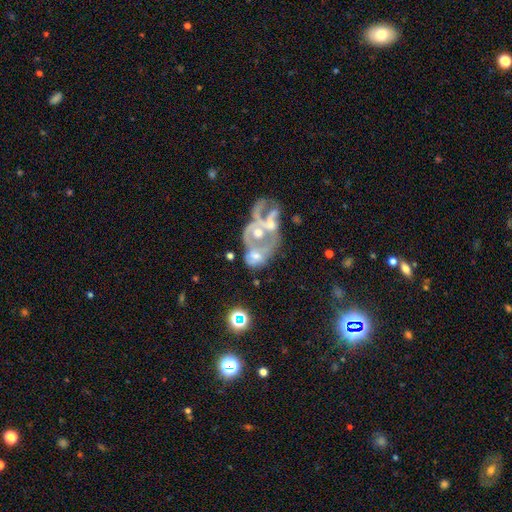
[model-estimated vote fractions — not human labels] A featured or disk galaxy (62%) with no bar (82%), no spiral arms (61%) and a moderate central bulge (52%). Merging: merger (70%).